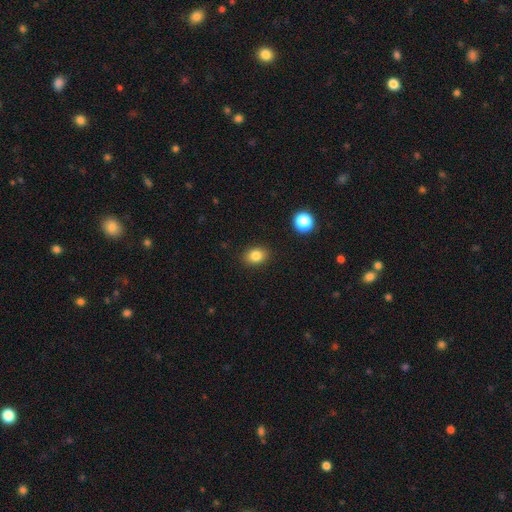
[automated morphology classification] This appears to be a smooth galaxy with no disk features (83%) that is in between round and cigar-shaped (58%). Merging: none (88%).